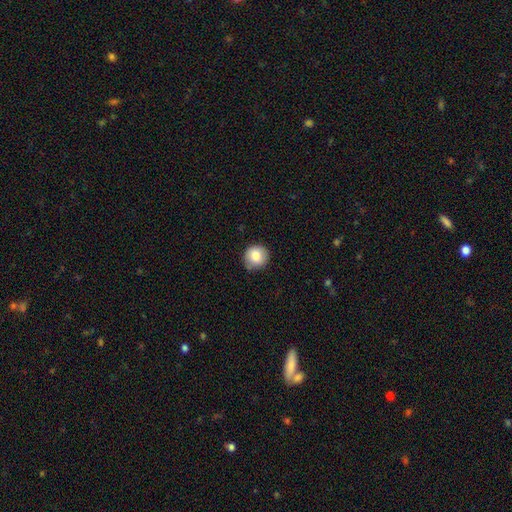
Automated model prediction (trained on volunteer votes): A smooth galaxy with no disk features (82%) that is round (92%). Merging: none (80%).